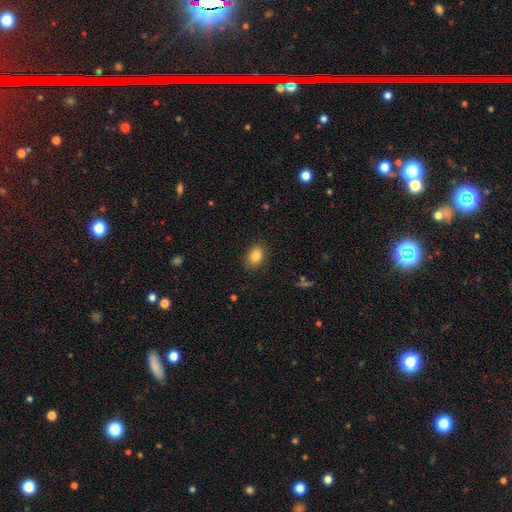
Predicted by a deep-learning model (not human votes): smooth-or-featured: smooth: 84% | star or artifact: 9% | featured or disk: 7%
  how-rounded: in between: 77% | round: 22% | cigar-shaped: 1%
  merging: none: 86% | minor disturbance: 10% | major disturbance: 3% | merger: 1%